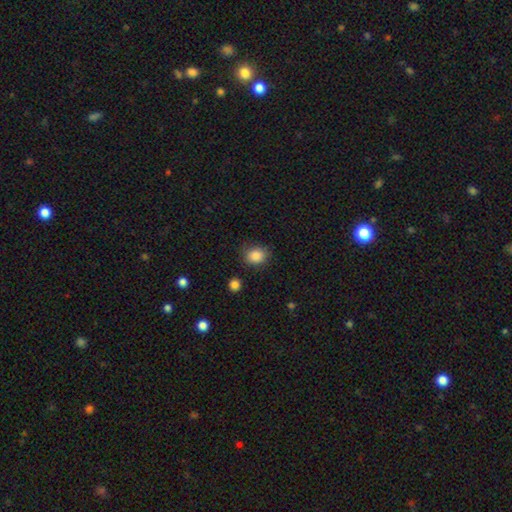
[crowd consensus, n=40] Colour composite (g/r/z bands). It shows a smooth galaxy with no disk features (88%) that is round (66%). Merging: none (89%).